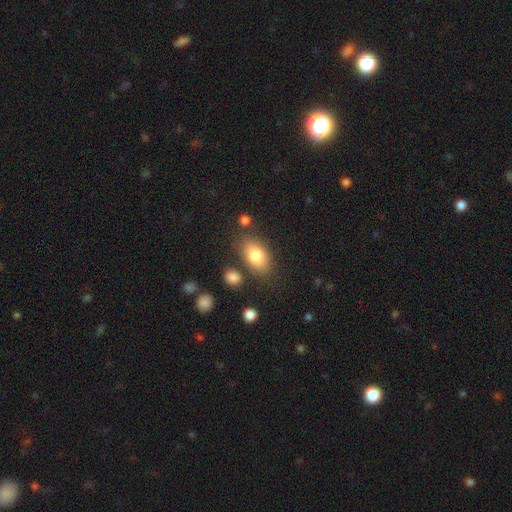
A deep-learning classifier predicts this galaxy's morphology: type=smooth (80%); roundness=in between (88%); merging=none (74%).